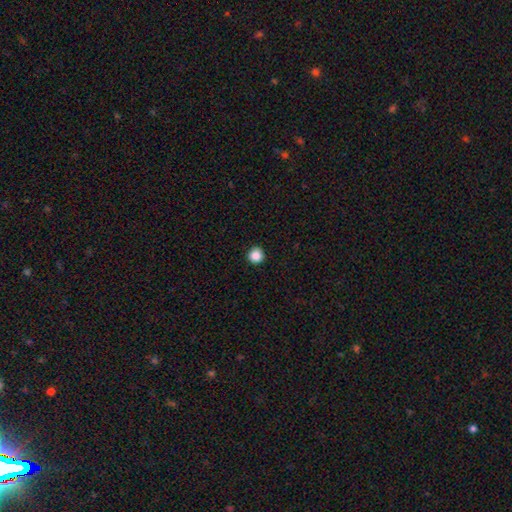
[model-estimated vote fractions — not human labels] Overall: smooth (87%). How rounded: round (95%). Merging: none (93%).